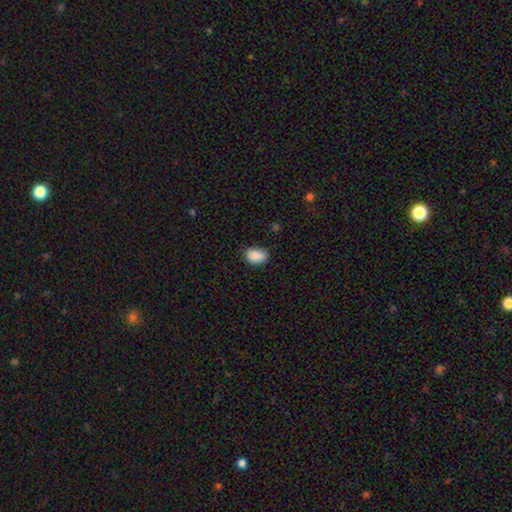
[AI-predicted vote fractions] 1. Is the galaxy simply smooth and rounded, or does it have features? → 90% smooth, 8% star or artifact, 3% featured or disk.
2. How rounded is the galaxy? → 85% in between, 14% round, 1% cigar-shaped.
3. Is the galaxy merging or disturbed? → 80% none, 16% minor disturbance, 3% major disturbance, 1% merger.